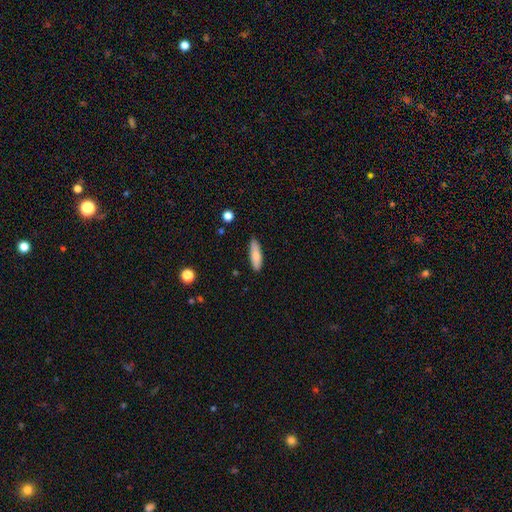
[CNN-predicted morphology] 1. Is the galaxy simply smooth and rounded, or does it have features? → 81% smooth, 13% featured or disk, 6% star or artifact.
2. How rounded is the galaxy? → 49% cigar-shaped (tied), 49% in between (tied), 2% round.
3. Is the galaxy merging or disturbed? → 84% none, 13% minor disturbance, 2% major disturbance, 1% merger.